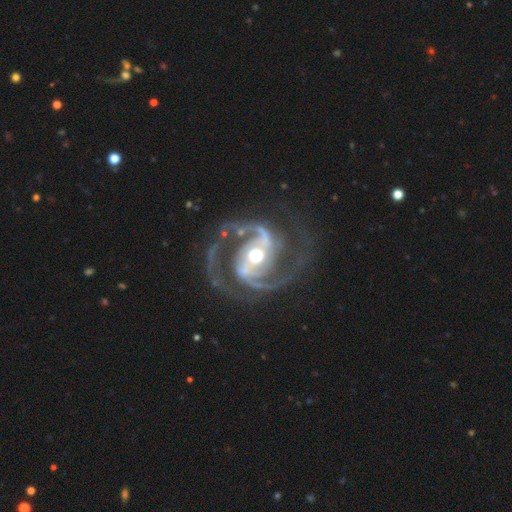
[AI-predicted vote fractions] smooth_or_featured: featured or disk (p=0.93) [alt: star or artifact p=0.04]
disk_edge_on: no (p=0.98) [alt: yes p=0.02]
bar: no (p=0.36) [alt: strong p=0.35]
has_spiral_arms: yes (p=0.98) [alt: no p=0.02]
spiral_winding: medium (p=0.58) [alt: loose p=0.23]
spiral_arm_count: 2 (p=0.78) [alt: 3 p=0.12]
bulge_size: moderate (p=0.68) [alt: large p=0.21]
merging: none (p=0.68) [alt: major disturbance p=0.15]